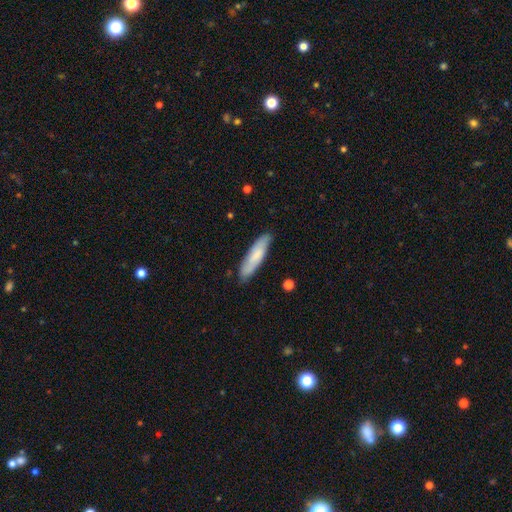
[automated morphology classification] smooth-or-featured: smooth: 73% | featured or disk: 22% | star or artifact: 5%
  how-rounded: cigar-shaped: 72% | in between: 27% | round: 1%
  merging: none: 85% | minor disturbance: 12% | major disturbance: 2% | merger: 1%